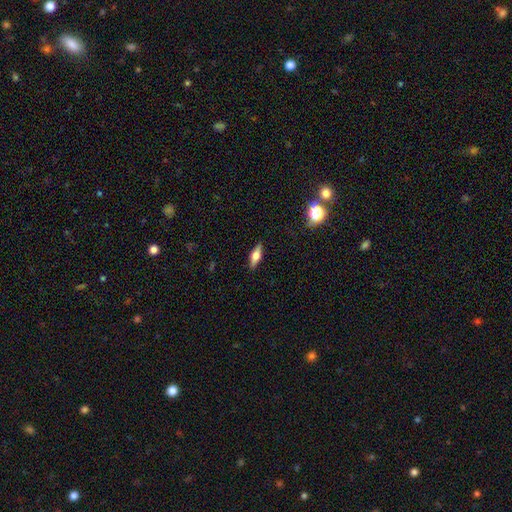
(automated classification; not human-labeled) The model was most divided on "smooth or featured": featured or disk: 52%, smooth: 40%, star or artifact: 8%. More confident: edge-on disk — yes (94%); merging — none (89%).